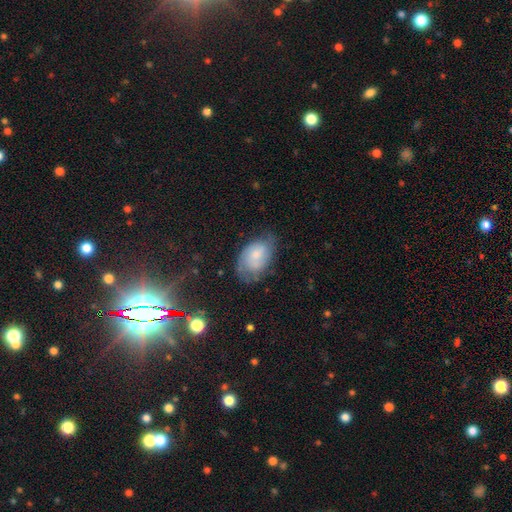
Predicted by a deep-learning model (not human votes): This is possibly a smooth galaxy (48%). Merging: possibly none (56%).